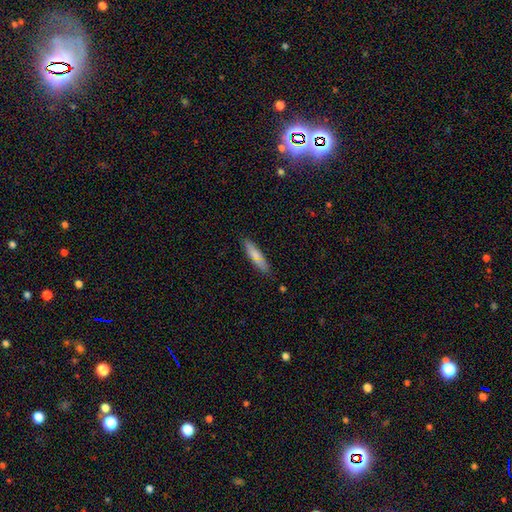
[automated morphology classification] Smooth or featured?
  - smooth: 74% *
  - featured or disk: 19%
  - star or artifact: 7%
How rounded?
  - cigar-shaped: 75% *
  - in between: 23%
  - round: 2%
Merging?
  - none: 85% *
  - minor disturbance: 11%
  - major disturbance: 2%
  - merger: 2%